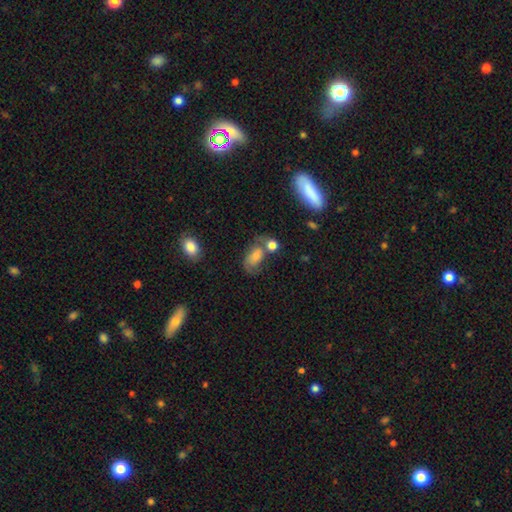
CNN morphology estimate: smooth_or_featured: smooth (p=0.54) [alt: featured or disk p=0.32]
how_rounded: in between (p=0.83) [alt: round p=0.12]
merging: none (p=0.45) [alt: minor disturbance p=0.22]